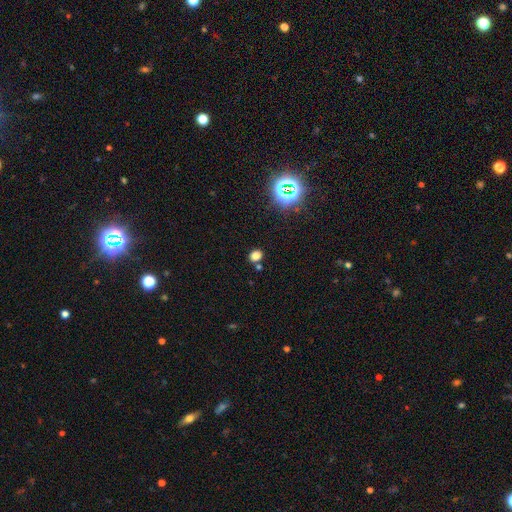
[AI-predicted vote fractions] smooth_or_featured: smooth (p=0.73) [alt: star or artifact p=0.21]
how_rounded: round (p=0.56) [alt: in between p=0.43]
merging: none (p=0.77) [alt: merger p=0.11]